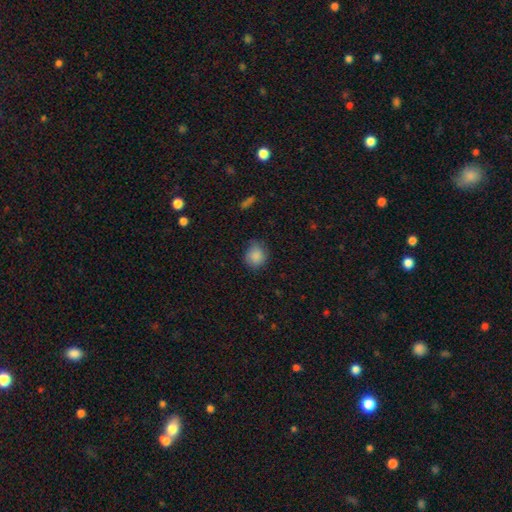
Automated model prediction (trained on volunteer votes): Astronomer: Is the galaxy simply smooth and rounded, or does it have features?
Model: smooth — 87%.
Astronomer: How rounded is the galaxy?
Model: round — 76%.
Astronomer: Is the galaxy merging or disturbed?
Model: none — 72%.